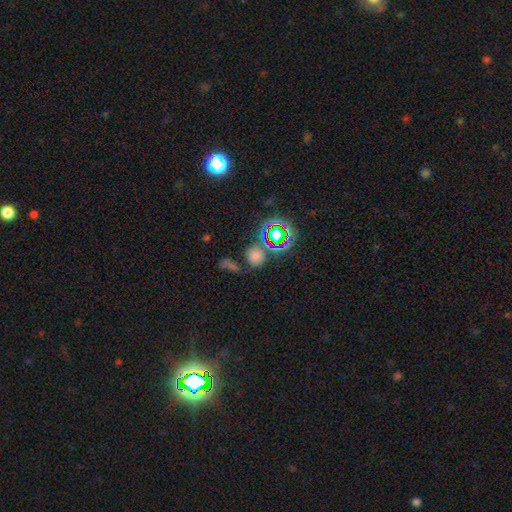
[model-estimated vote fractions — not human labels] A smooth galaxy with no disk features (56%) that is round (77%).

Vote fractions:
- Smooth or featured? smooth: 56% / star or artifact: 34% / featured or disk: 10%
- How rounded? round: 77% / in between: 21% / cigar-shaped: 2%
- Merging? none: 61% / merger: 18% / minor disturbance: 14% / major disturbance: 8%